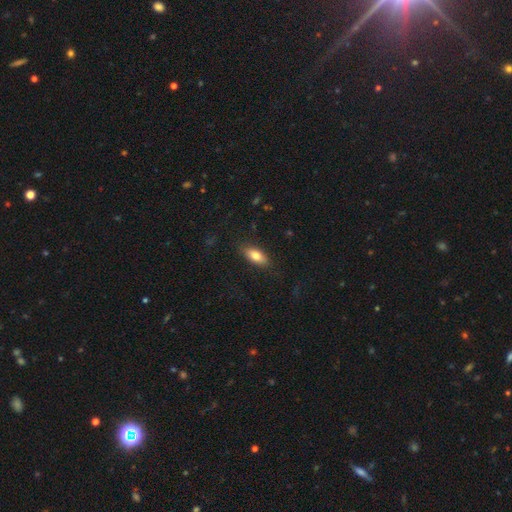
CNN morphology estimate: This appears to be a smooth galaxy with no disk features (79%) that is in between round and cigar-shaped (84%). Merging: none (84%).